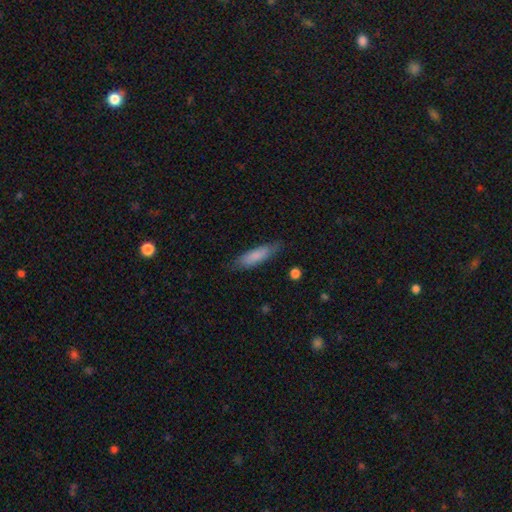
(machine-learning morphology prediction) Smooth or featured: smooth — 81% (featured or disk — 13%)
How rounded: cigar-shaped — 61% (in between — 37%)
Merging: none — 78% (minor disturbance — 17%)